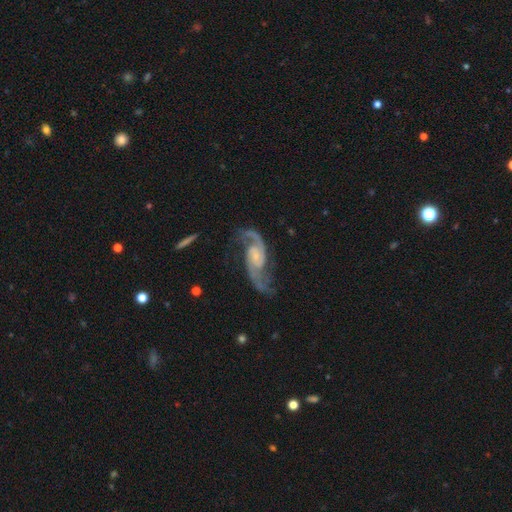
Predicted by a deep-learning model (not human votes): A featured or disk galaxy (91%) with no bar (52%), 2 (93%) medium (48%) spiral arms (98%) and a small central bulge (52%). Merging: none (71%).